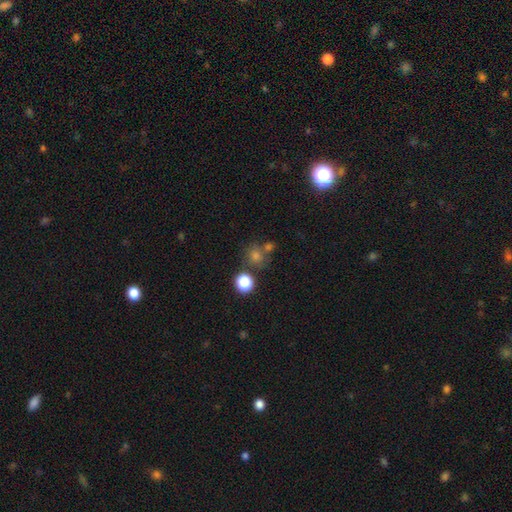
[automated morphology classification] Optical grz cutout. It shows a smooth galaxy with no disk features (66%) that is round (87%). Merging: none (65%).